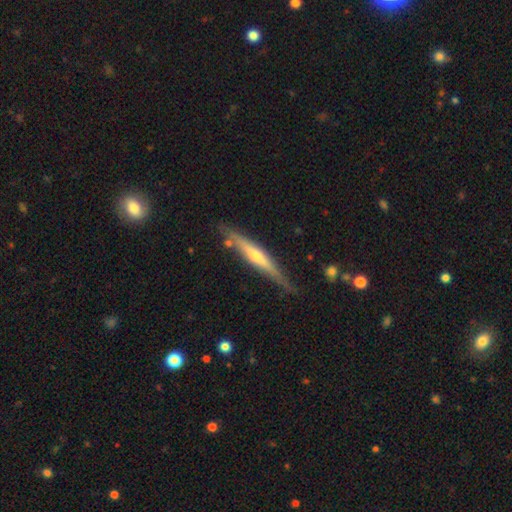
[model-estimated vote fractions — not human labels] The model was most divided on "smooth or featured": featured or disk: 67%, smooth: 28%, star or artifact: 6%. More confident: edge-on disk — yes (96%); merging — none (79%); edge-on bulge — rounded (66%).